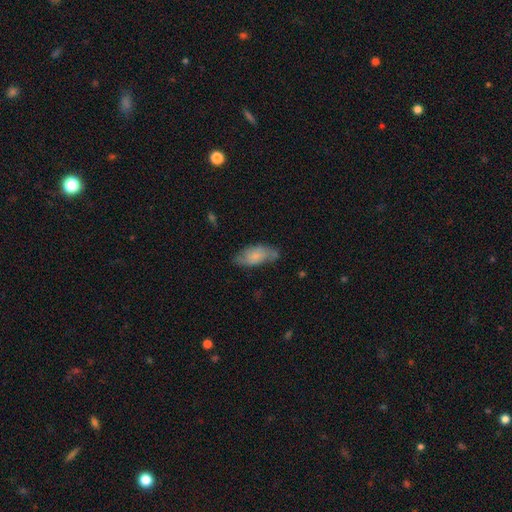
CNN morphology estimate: This appears to be a smooth galaxy with no disk features (63%) that is in between round and cigar-shaped (87%). Merging: none (64%).